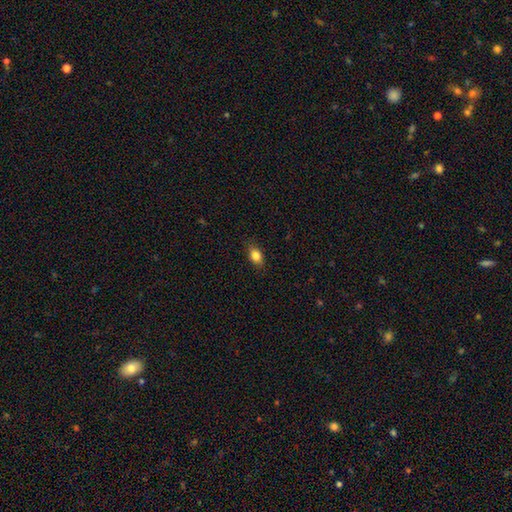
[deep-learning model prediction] Morphology: type=smooth (84%); roundness=in between (81%); merging=none (85%).